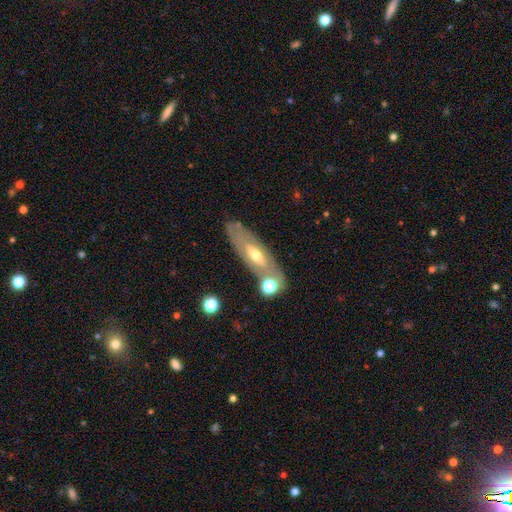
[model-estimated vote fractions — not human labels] Smooth or featured? Predicted: featured or disk (p=0.67). Edge-on disk? Predicted: no (p=0.69). Merging? Predicted: none (p=0.71).